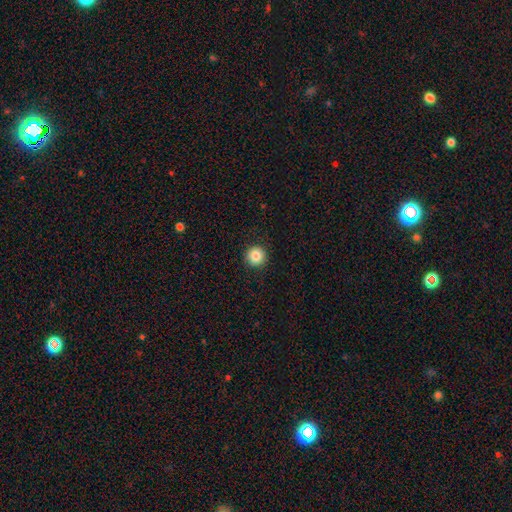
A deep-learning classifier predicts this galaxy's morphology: This appears to be a smooth galaxy with no disk features (85%) that is round (95%). Merging: none (92%).